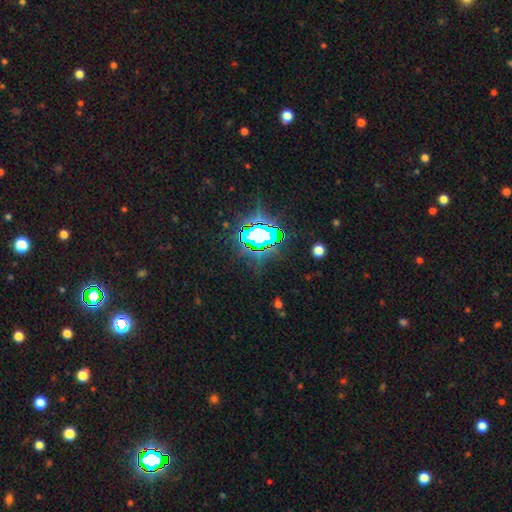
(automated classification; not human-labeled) A star or artifact, not a galaxy (82%).

Vote fractions:
- Smooth or featured? star or artifact: 82% / smooth: 11% / featured or disk: 7%